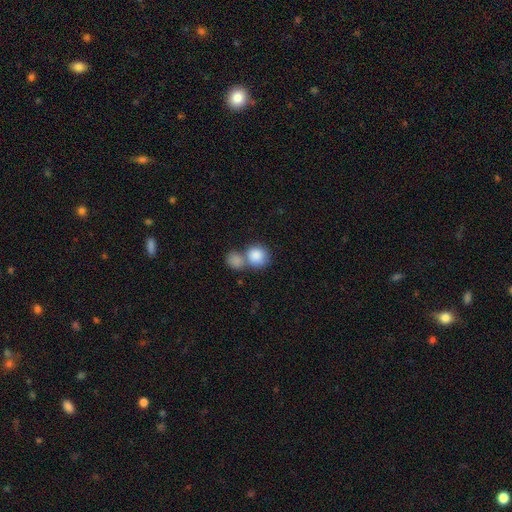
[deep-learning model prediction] This appears to be a smooth galaxy with no disk features (86%) that is round (83%). Merging: merger (53%).